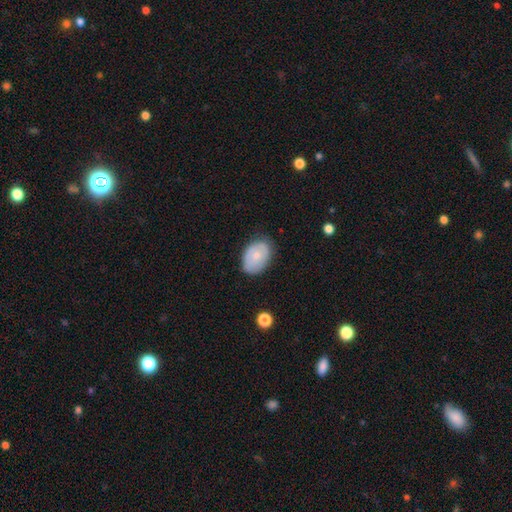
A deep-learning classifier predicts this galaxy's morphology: This appears to be a smooth galaxy with no disk features (68%) that is in between round and cigar-shaped (82%). Merging: none (75%).